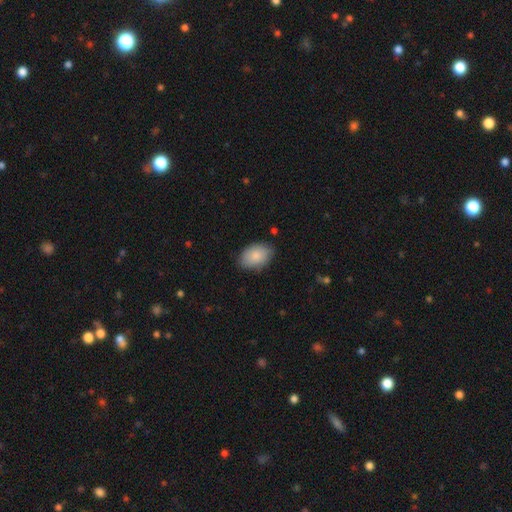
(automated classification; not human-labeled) This appears to be a smooth galaxy with no disk features (85%) that is in between round and cigar-shaped (88%). Merging: none (81%).